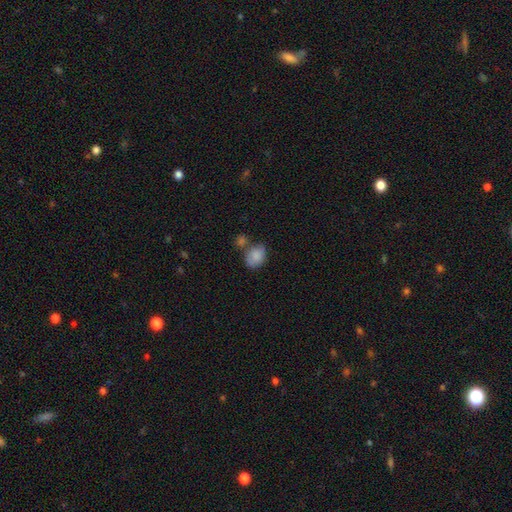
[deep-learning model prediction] A smooth galaxy with no disk features (85%) that is in between round and cigar-shaped (67%). Merging: none (46%).